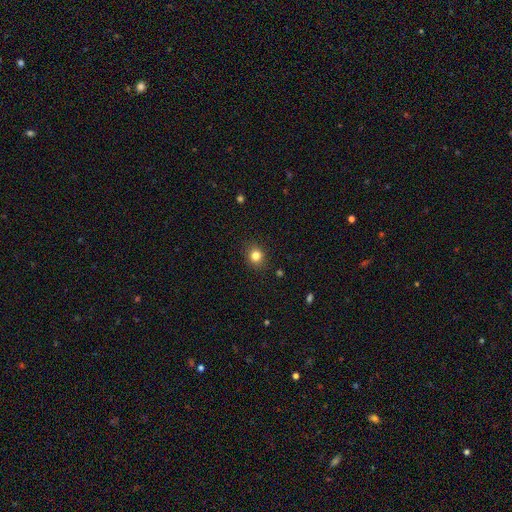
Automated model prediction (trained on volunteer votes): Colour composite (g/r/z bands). It shows a smooth galaxy with no disk features (83%) that is round (79%). Merging: none (89%).